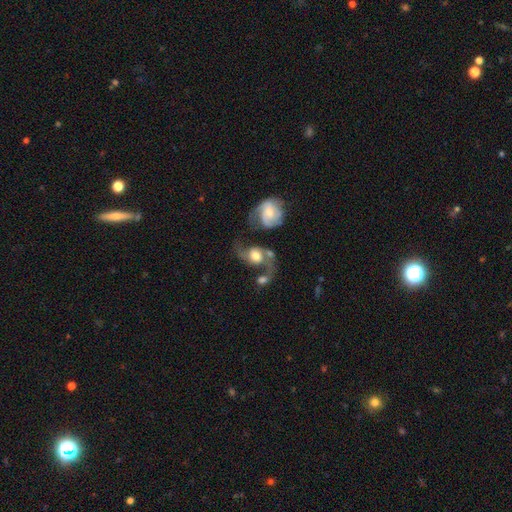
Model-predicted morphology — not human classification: The model was most divided on "merging" (2-way tie): merger: 35%, none: 35%, major disturbance: 16%, minor disturbance: 14%. More confident: edge-on disk — no (97%); spiral arms — yes (93%); spiral arm count — 2 (90%); smooth or featured — featured or disk (76%); bar — no (62%); spiral winding — loose (59%); bulge size — moderate (53%).